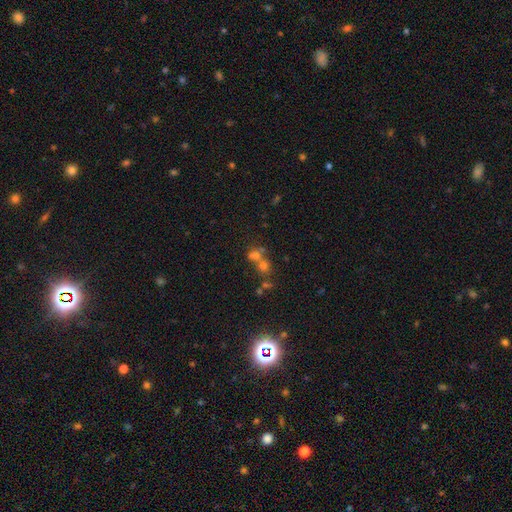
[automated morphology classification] smooth-or-featured: smooth: 49% | star or artifact: 33% | featured or disk: 19%
  merging: merger: 52% | none: 38% | minor disturbance: 6% | major disturbance: 4%